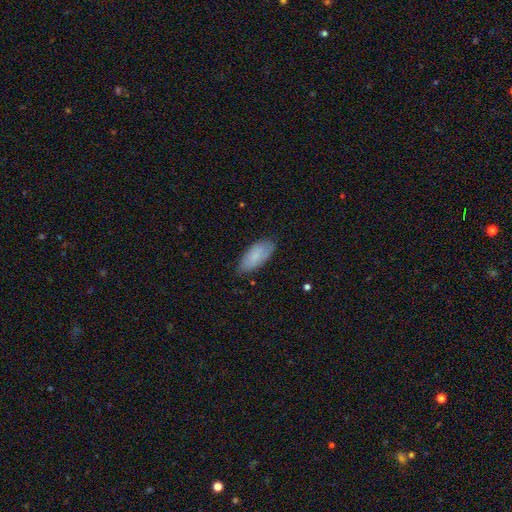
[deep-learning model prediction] Smooth or featured?
  - smooth: 79% *
  - featured or disk: 15%
  - star or artifact: 7%
How rounded?
  - in between: 86% *
  - cigar-shaped: 12%
  - round: 2%
Merging?
  - none: 77% *
  - minor disturbance: 19%
  - major disturbance: 3%
  - merger: 1%